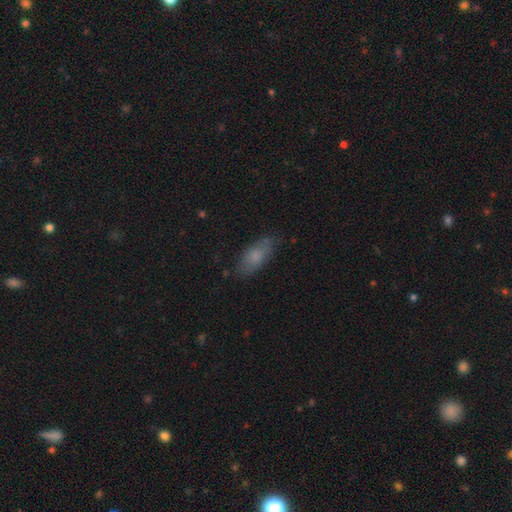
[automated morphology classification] Q: Smooth or featured?
A: smooth (72%); runner-up: featured or disk (20%)
Q: How rounded?
A: in between (78%); runner-up: cigar-shaped (19%)
Q: Merging?
A: none (76%); runner-up: minor disturbance (18%)